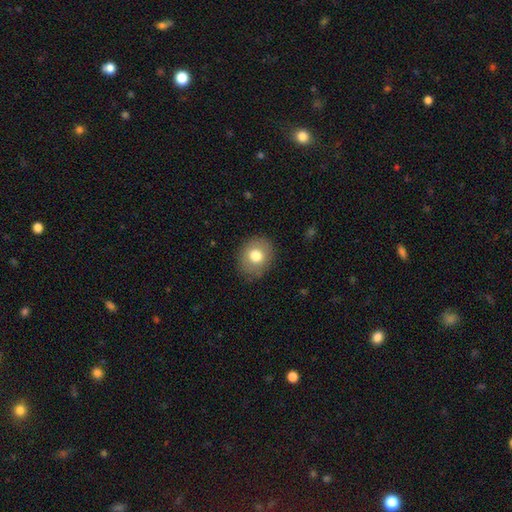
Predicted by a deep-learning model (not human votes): This is likely a smooth galaxy (77%). How rounded: likely round (66%). Merging: clearly none (85%).